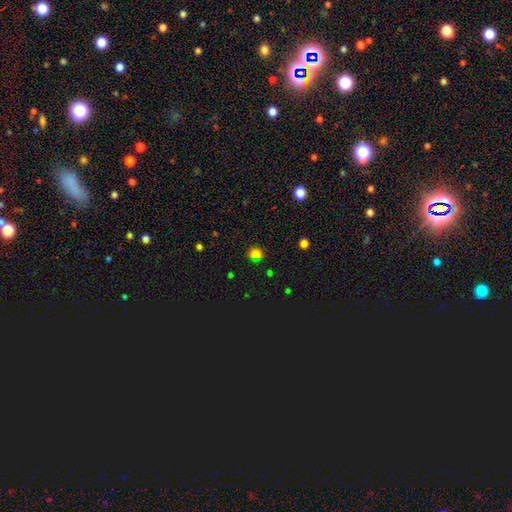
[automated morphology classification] A smooth galaxy with no disk features (63%) that is round (74%).

Vote fractions:
- Smooth or featured? smooth: 63% / star or artifact: 32% / featured or disk: 5%
- How rounded? round: 74% / in between: 24% / cigar-shaped: 2%
- Merging? none: 83% / minor disturbance: 11% / major disturbance: 3% / merger: 3%